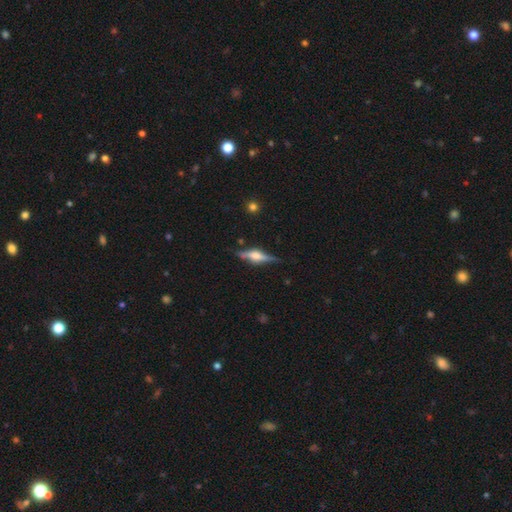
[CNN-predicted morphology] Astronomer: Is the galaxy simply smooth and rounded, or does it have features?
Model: featured or disk — 76%.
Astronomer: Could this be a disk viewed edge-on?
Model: yes — 97%.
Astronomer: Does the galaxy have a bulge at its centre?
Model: rounded — 78%.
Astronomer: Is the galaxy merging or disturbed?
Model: none — 83%.